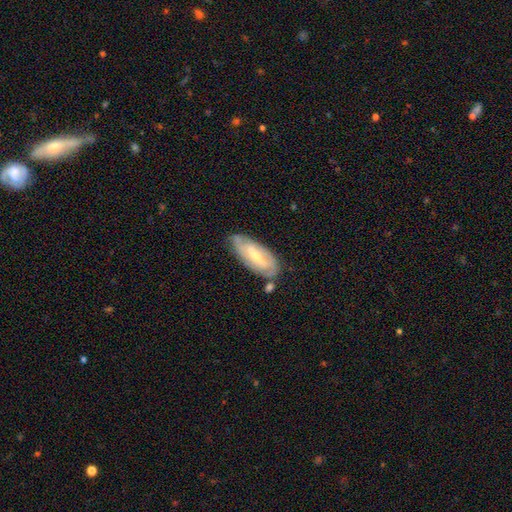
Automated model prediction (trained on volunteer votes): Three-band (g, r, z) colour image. It shows a featured or disk galaxy (65%) with a weak bar (44%), spiral arms (81%) and a small central bulge (56%). Merging: none (69%).